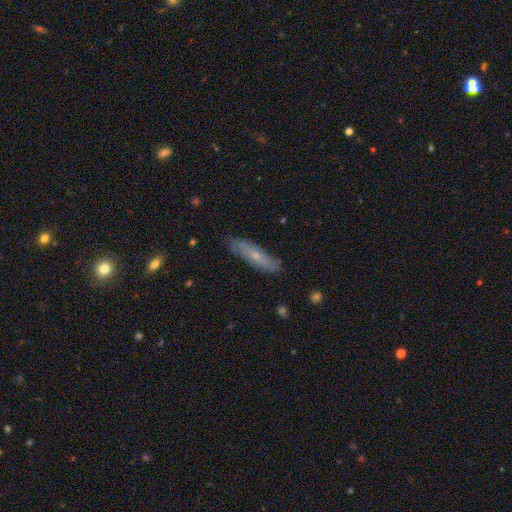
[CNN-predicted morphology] The model was most divided on "smooth or featured": smooth: 47%, featured or disk: 46%, star or artifact: 7%. More confident: merging — none (83%).